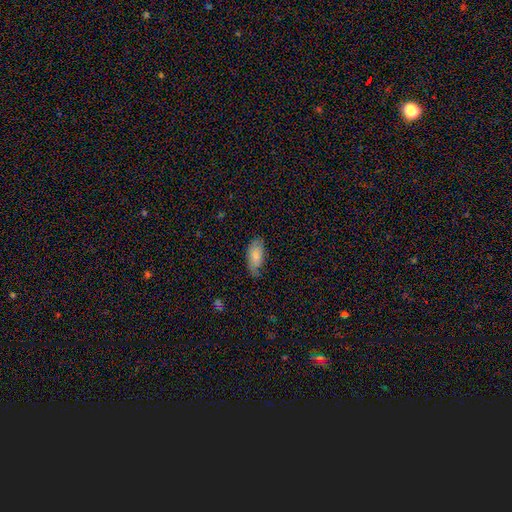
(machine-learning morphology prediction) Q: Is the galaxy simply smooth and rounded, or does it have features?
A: smooth — 77%.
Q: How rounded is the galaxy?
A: in between — 91%.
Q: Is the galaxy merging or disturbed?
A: none — 63%.